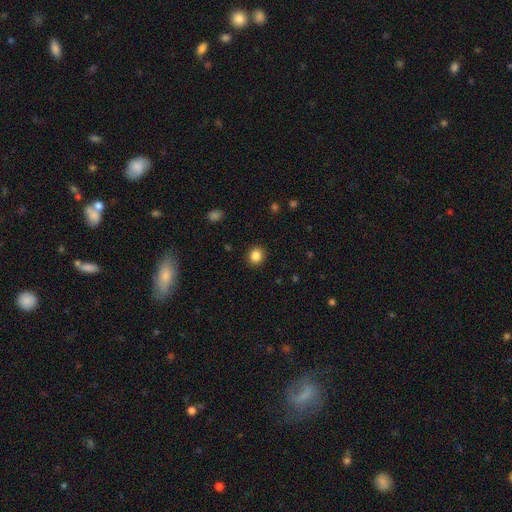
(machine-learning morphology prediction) A smooth galaxy with no disk features (86%) that is round (83%).

Vote fractions:
- Smooth or featured? smooth: 86% / star or artifact: 11% / featured or disk: 4%
- How rounded? round: 83% / in between: 16% / cigar-shaped: 1%
- Merging? none: 91% / minor disturbance: 6% / major disturbance: 2% / merger: 1%